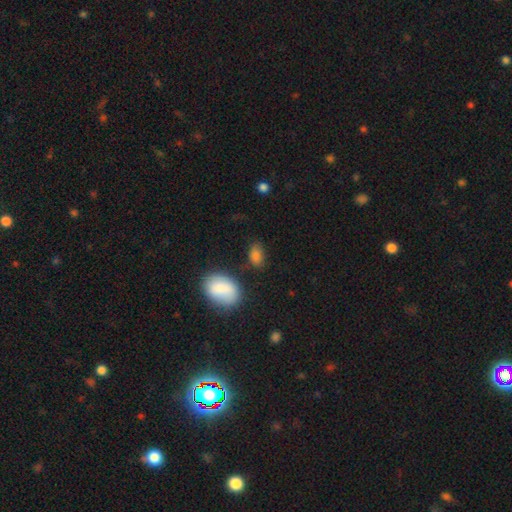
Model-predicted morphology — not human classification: Smooth or featured?
  - smooth: 83% *
  - star or artifact: 10%
  - featured or disk: 7%
How rounded?
  - in between: 87% *
  - round: 10%
  - cigar-shaped: 2%
Merging?
  - none: 69% *
  - minor disturbance: 19%
  - merger: 7%
  - major disturbance: 6%